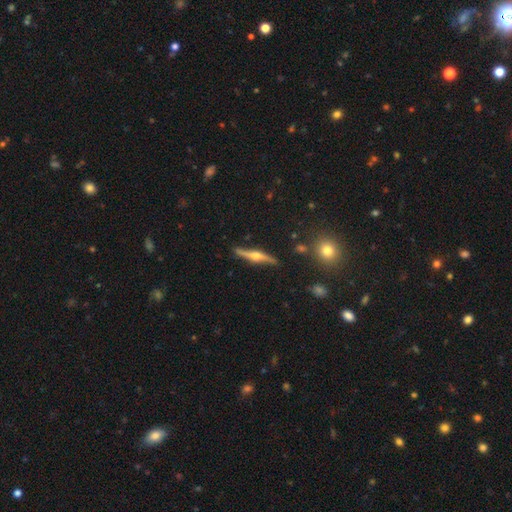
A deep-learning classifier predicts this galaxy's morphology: A featured or disk galaxy (82%) viewed edge-on (94%) with a rounded central bulge (94%).

Vote fractions:
- Smooth or featured? featured or disk: 82% / smooth: 12% / star or artifact: 5%
- Edge-on disk? yes: 94% / no: 6%
- Edge-on bulge? rounded: 94% / boxy: 3% / none: 3%
- Merging? none: 84% / minor disturbance: 12% / major disturbance: 3% / merger: 2%